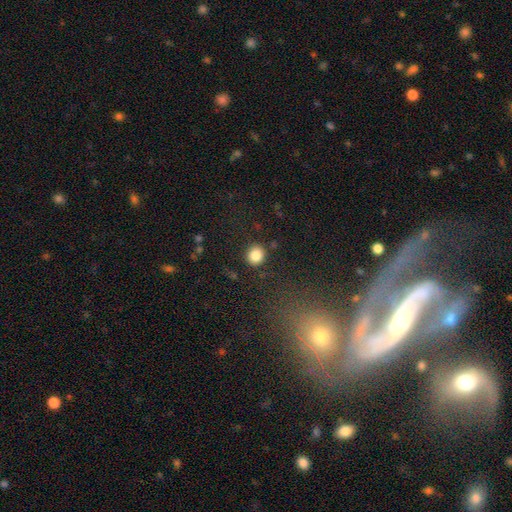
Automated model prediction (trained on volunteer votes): A smooth galaxy with no disk features (84%) that is round (86%).

Vote fractions:
- Smooth or featured? smooth: 84% / star or artifact: 10% / featured or disk: 6%
- How rounded? round: 86% / in between: 13% / cigar-shaped: 1%
- Merging? none: 88% / minor disturbance: 7% / major disturbance: 3% / merger: 2%